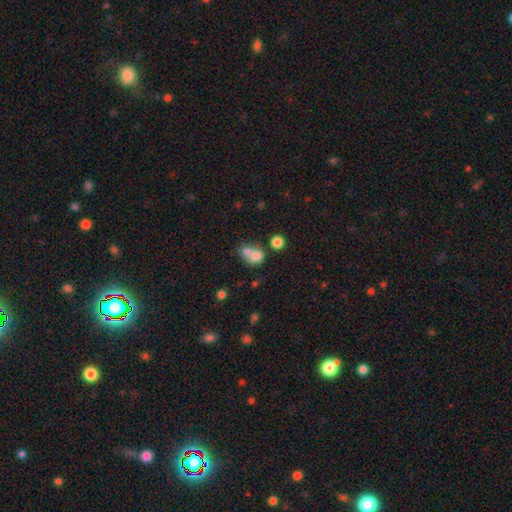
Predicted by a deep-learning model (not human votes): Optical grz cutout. It shows a smooth galaxy with no disk features (73%) that is round (63%). Merging: merger (59%).